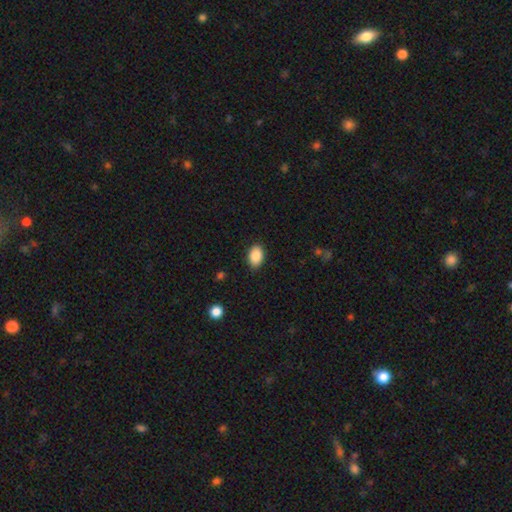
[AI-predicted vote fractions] smooth_or_featured: smooth (p=0.89) [alt: star or artifact p=0.07]
how_rounded: in between (p=0.86) [alt: round p=0.13]
merging: none (p=0.86) [alt: minor disturbance p=0.10]